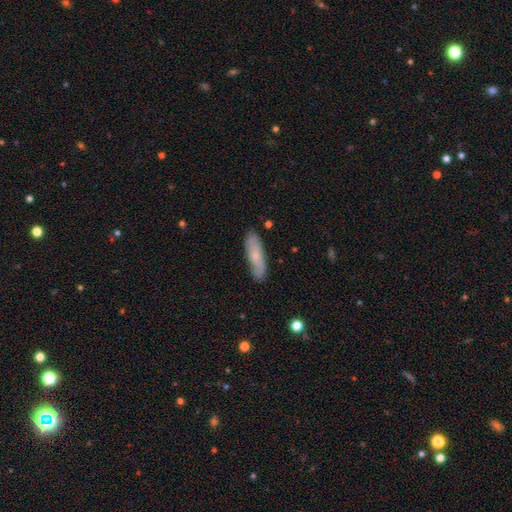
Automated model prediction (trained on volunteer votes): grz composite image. It shows a smooth galaxy with no disk features (64%) that is cigar-shaped (58%). Merging: none (82%).